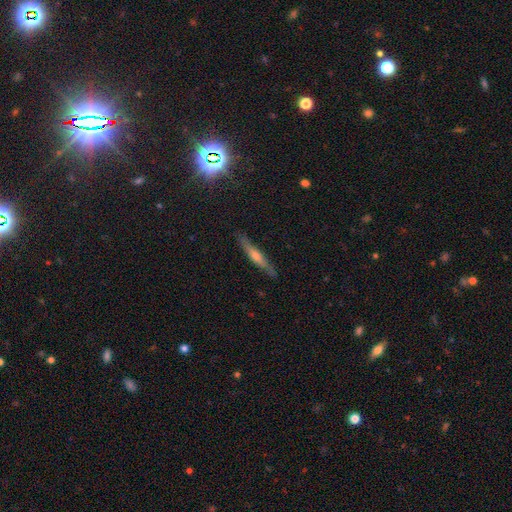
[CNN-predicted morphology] A featured or disk galaxy (59%) viewed edge-on (94%) with a rounded central bulge (76%).

Vote fractions:
- Smooth or featured? featured or disk: 59% / smooth: 33% / star or artifact: 8%
- Edge-on disk? yes: 94% / no: 6%
- Edge-on bulge? rounded: 76% / none: 17% / boxy: 7%
- Merging? none: 86% / minor disturbance: 11% / major disturbance: 2% / merger: 1%